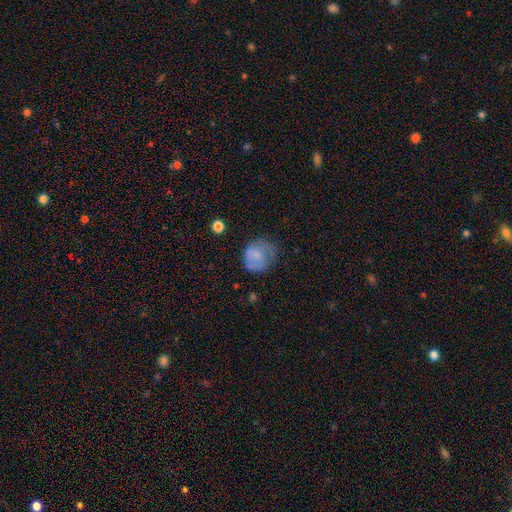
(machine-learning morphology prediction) Smooth or featured: smooth — 67% (featured or disk — 24%)
How rounded: round — 74% (in between — 25%)
Merging: none — 49% (minor disturbance — 29%)